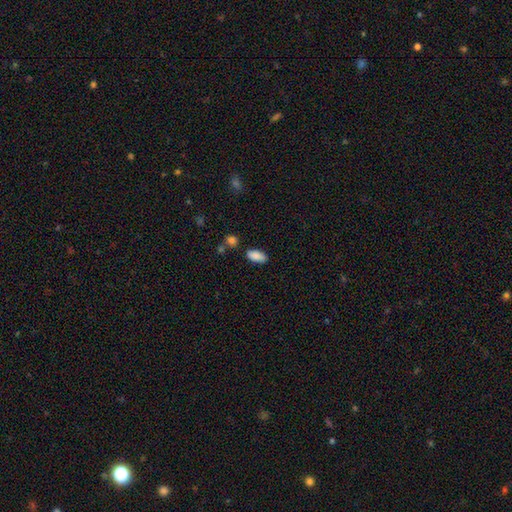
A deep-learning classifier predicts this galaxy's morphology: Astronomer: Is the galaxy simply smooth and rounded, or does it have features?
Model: smooth — 88%.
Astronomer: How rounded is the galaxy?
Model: in between — 87%.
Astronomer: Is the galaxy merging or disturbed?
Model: none — 79%.